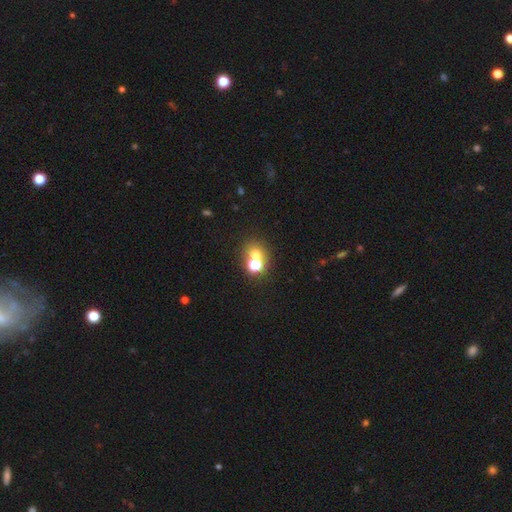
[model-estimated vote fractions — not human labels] Morphology: type=smooth (58%); roundness=round (75%); merging=none (51%).